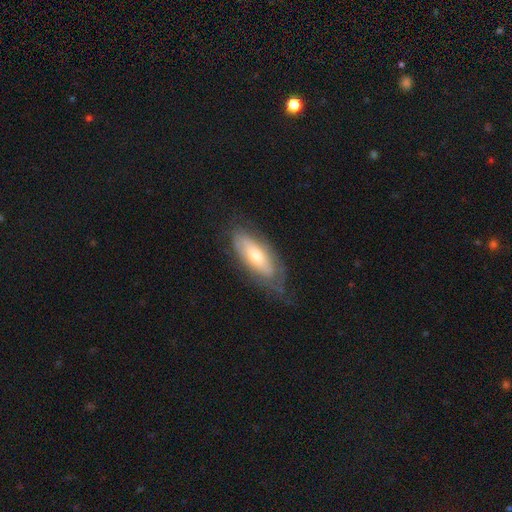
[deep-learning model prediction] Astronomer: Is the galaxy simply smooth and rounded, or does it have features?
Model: featured or disk — 57% (runner-up: smooth, 34%).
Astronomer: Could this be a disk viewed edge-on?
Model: no — 74%.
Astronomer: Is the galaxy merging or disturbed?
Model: none — 65%.